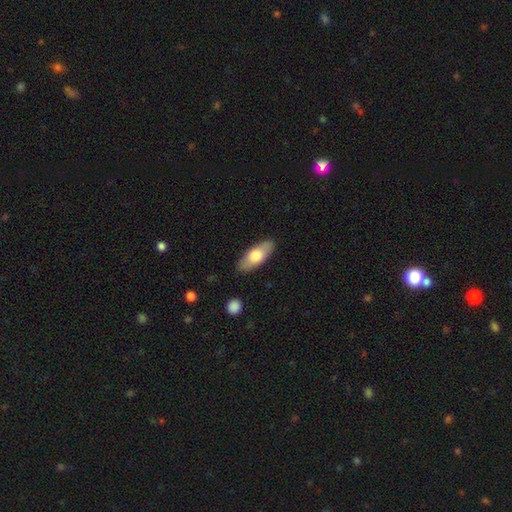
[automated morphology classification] Q: Smooth or featured?
A: smooth (67%); runner-up: featured or disk (28%)
Q: How rounded?
A: in between (75%); runner-up: cigar-shaped (22%)
Q: Merging?
A: none (86%); runner-up: minor disturbance (10%)